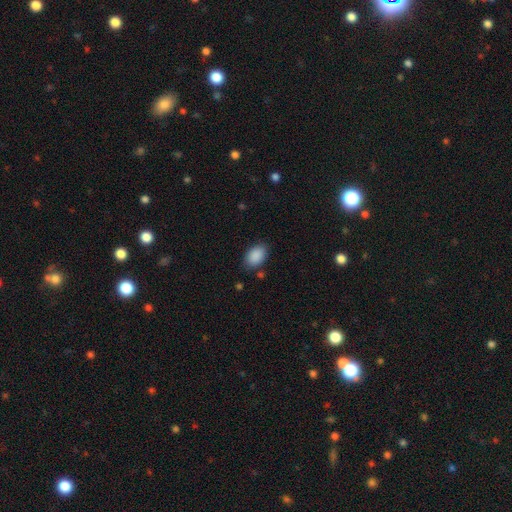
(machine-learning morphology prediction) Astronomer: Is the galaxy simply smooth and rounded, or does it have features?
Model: smooth — 90%.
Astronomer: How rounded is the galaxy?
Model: in between — 86%.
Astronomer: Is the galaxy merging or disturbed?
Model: none — 82%.